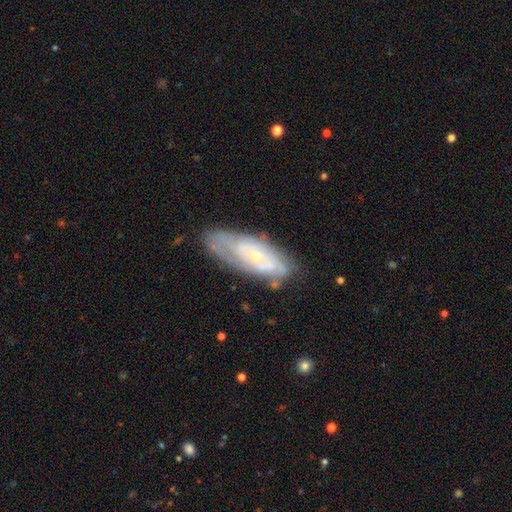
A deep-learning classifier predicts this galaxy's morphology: Smooth or featured? Predicted: featured or disk (p=0.72). Edge-on disk? Predicted: no (p=0.88). Bar? Predicted: no (p=0.80). Spiral arms? Predicted: yes (p=0.72). Bulge size? Predicted: small (p=0.74). Merging? Predicted: none (p=0.66).